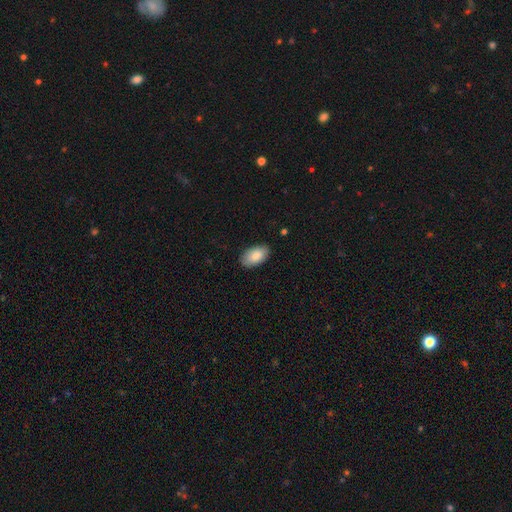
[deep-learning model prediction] Q: Smooth or featured?
A: smooth (87%); runner-up: featured or disk (7%)
Q: How rounded?
A: in between (95%); runner-up: round (4%)
Q: Merging?
A: none (86%); runner-up: minor disturbance (11%)